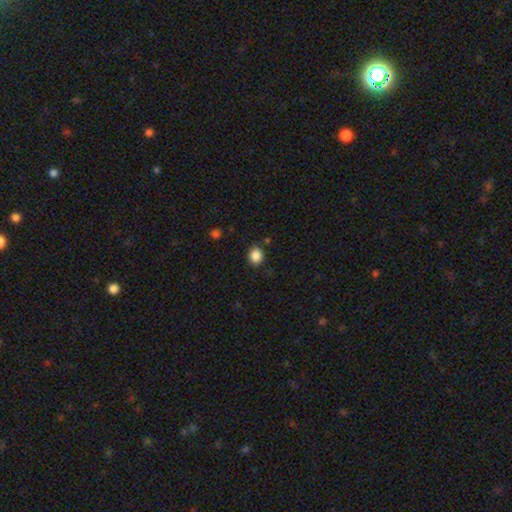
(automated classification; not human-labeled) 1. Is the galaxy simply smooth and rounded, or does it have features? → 87% smooth, 10% star or artifact, 3% featured or disk.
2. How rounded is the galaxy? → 65% round, 34% in between, 1% cigar-shaped.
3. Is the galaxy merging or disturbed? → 85% none, 10% minor disturbance, 3% major disturbance, 2% merger.